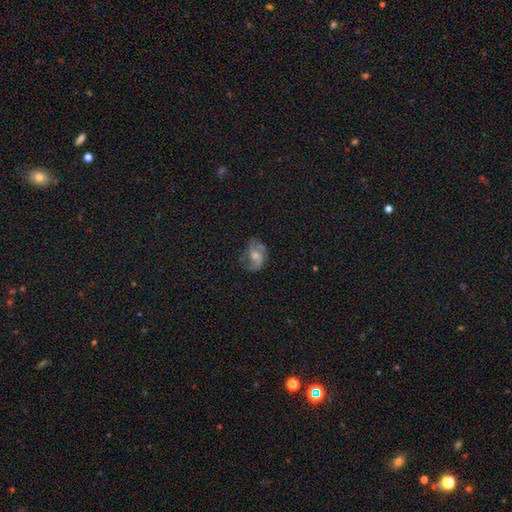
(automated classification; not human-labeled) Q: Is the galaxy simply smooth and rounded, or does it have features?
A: featured or disk — 73%.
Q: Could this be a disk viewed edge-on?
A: no — 97%.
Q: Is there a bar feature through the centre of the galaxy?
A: no — 51%.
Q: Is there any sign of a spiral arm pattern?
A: yes — 92%.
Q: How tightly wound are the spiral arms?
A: medium — 48%.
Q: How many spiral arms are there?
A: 2 — 73%.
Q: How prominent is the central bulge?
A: moderate — 60%.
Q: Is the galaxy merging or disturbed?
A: none — 67%.